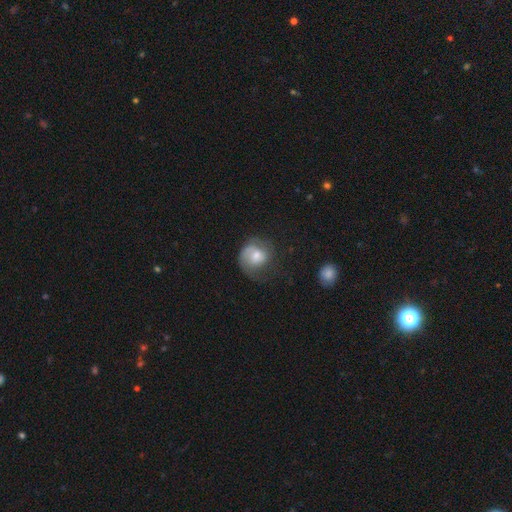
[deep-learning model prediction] Smooth or featured: smooth — 48% (featured or disk — 44%)
Merging: none — 44% (major disturbance — 28%)